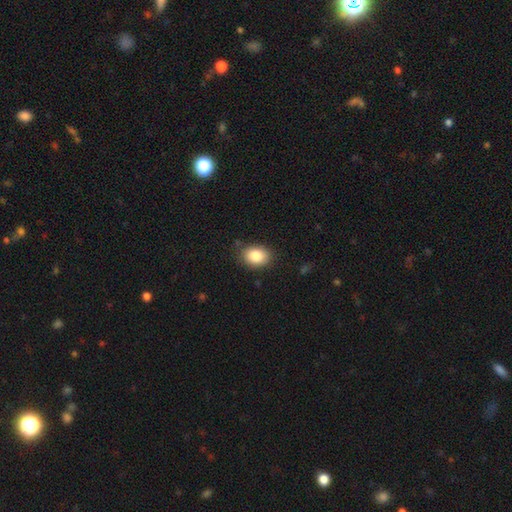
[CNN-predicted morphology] smooth_or_featured: smooth (p=0.85) [alt: star or artifact p=0.08]
how_rounded: in between (p=0.70) [alt: round p=0.29]
merging: none (p=0.83) [alt: minor disturbance p=0.12]